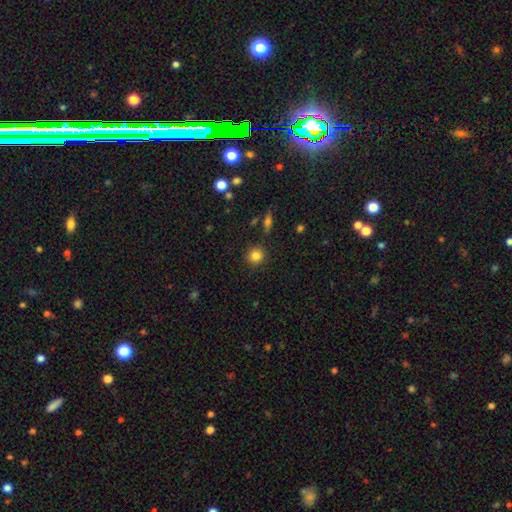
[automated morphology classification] Smooth or featured?
  - smooth: 84% *
  - star or artifact: 11%
  - featured or disk: 5%
How rounded?
  - round: 92% *
  - in between: 7%
  - cigar-shaped: 1%
Merging?
  - none: 89% *
  - minor disturbance: 6%
  - major disturbance: 2%
  - merger: 2%